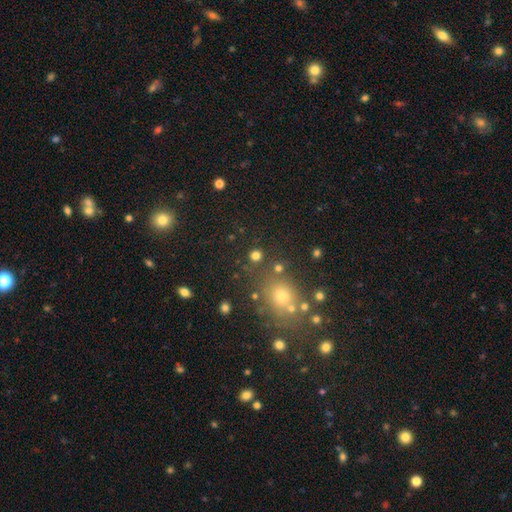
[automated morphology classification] A smooth galaxy with no disk features (75%) that is round (89%). Merging: none (82%).